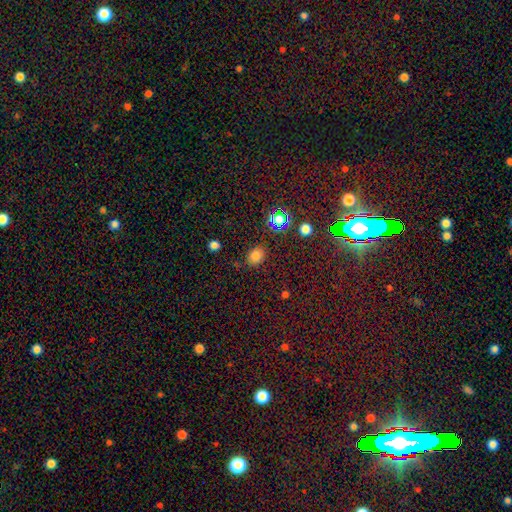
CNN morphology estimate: smooth_or_featured: smooth (p=0.76) [alt: star or artifact p=0.18]
how_rounded: round (p=0.53) [alt: in between p=0.46]
merging: none (p=0.83) [alt: minor disturbance p=0.11]